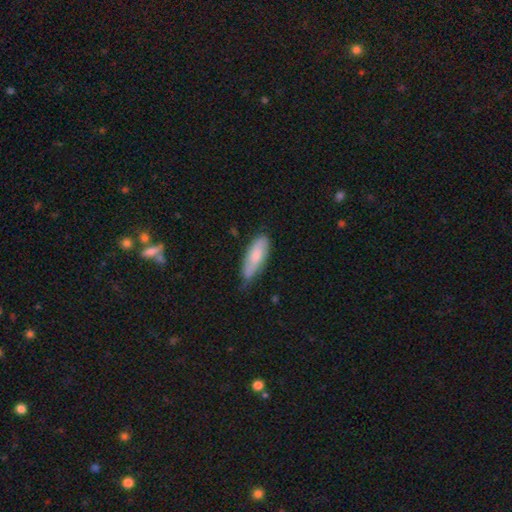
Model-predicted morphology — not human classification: smooth-or-featured: smooth: 68% | featured or disk: 27% | star or artifact: 6%
  how-rounded: in between: 64% | cigar-shaped: 34% | round: 2%
  merging: none: 57% | minor disturbance: 36% | major disturbance: 6% | merger: 2%